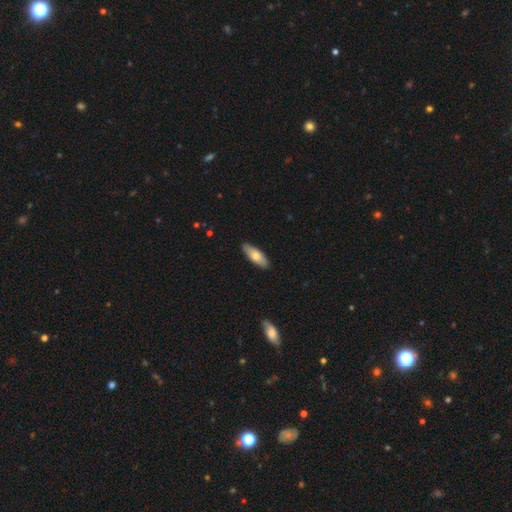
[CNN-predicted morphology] Smooth or featured? smooth (69%)
How rounded? in between (67%)
Merging? none (87%)